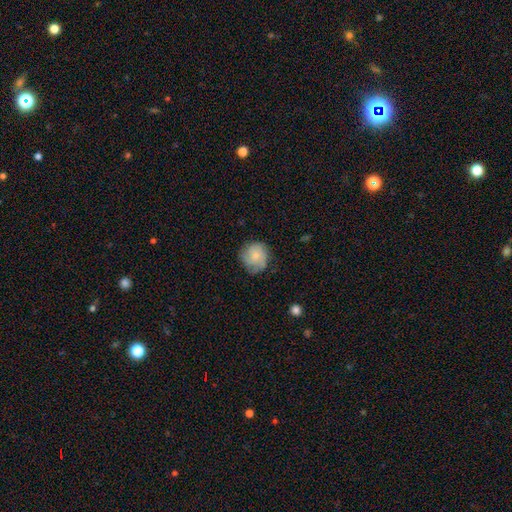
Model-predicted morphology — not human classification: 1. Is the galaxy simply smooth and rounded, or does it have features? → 59% smooth, 34% featured or disk, 7% star or artifact.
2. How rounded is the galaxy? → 86% round, 13% in between, 1% cigar-shaped.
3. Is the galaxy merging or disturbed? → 67% none, 24% minor disturbance, 7% major disturbance, 1% merger.